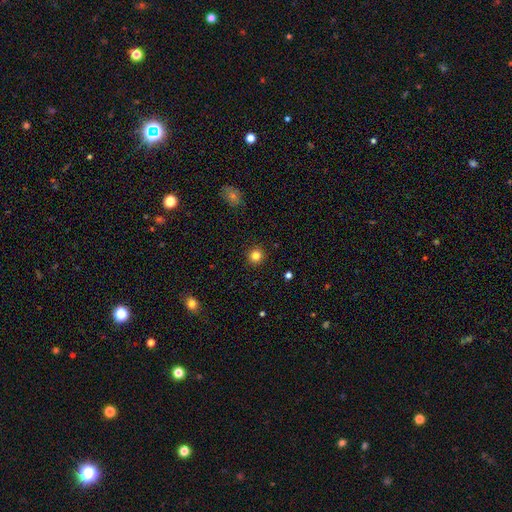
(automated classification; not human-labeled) A smooth galaxy with no disk features (83%) that is round (94%).

Vote fractions:
- Smooth or featured? smooth: 83% / star or artifact: 12% / featured or disk: 5%
- How rounded? round: 94% / in between: 5% / cigar-shaped: 1%
- Merging? none: 93% / minor disturbance: 5% / major disturbance: 2% / merger: 1%